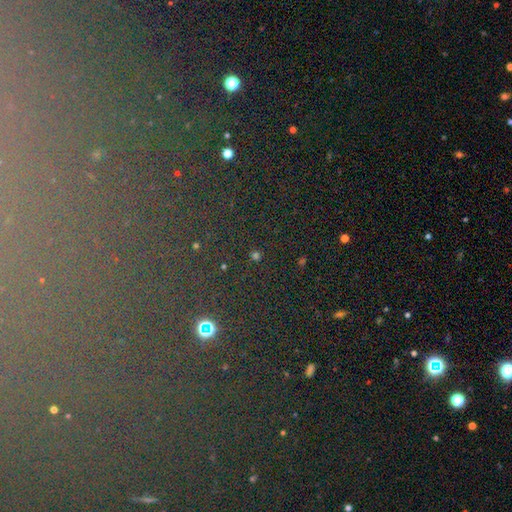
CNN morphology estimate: This appears to be a star or artifact, not a galaxy (62%).